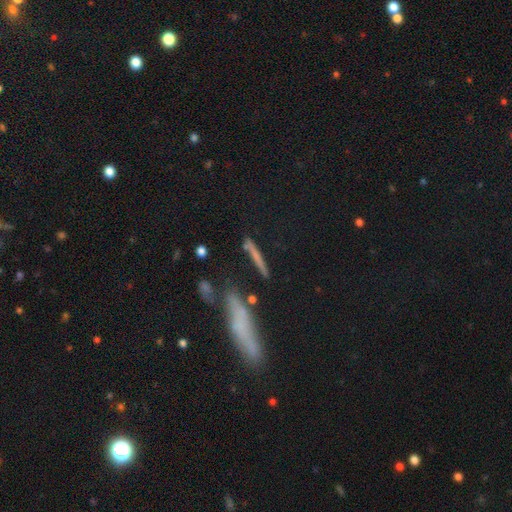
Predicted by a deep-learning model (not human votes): smooth_or_featured: smooth (p=0.53) [alt: featured or disk p=0.34]
how_rounded: cigar-shaped (p=0.90) [alt: in between p=0.06]
merging: none (p=0.72) [alt: minor disturbance p=0.14]